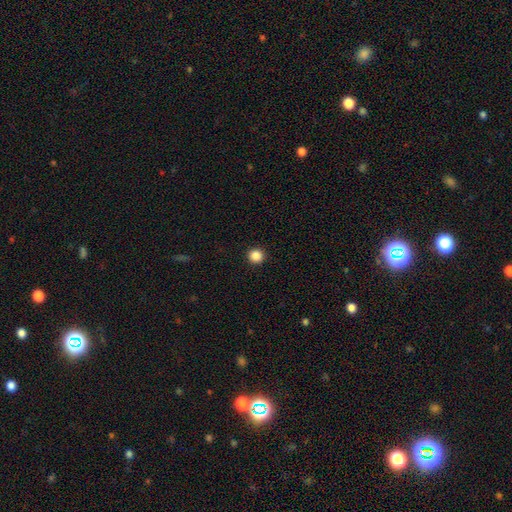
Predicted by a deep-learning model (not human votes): Smooth or featured? smooth (87%)
How rounded? round (95%)
Merging? none (93%)